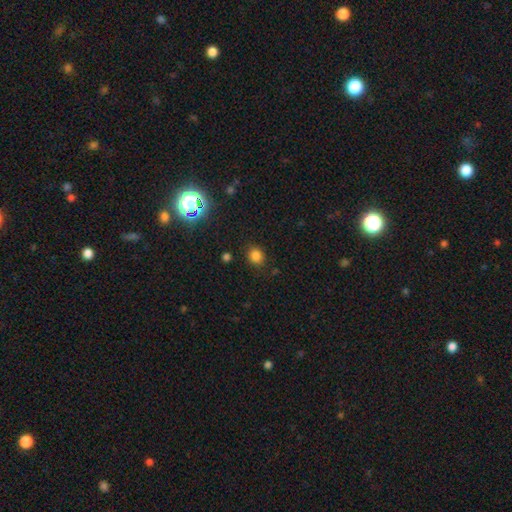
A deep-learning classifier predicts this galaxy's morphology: A smooth galaxy with no disk features (80%) that is round (67%).

Vote fractions:
- Smooth or featured? smooth: 80% / star or artifact: 16% / featured or disk: 4%
- How rounded? round: 67% / in between: 32% / cigar-shaped: 1%
- Merging? none: 83% / minor disturbance: 12% / major disturbance: 4% / merger: 2%